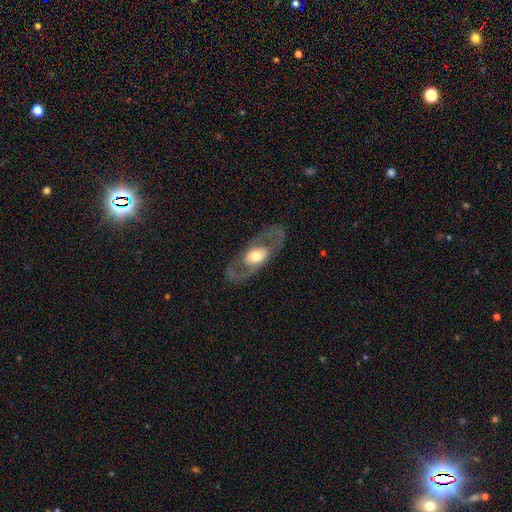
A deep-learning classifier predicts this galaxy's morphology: A featured or disk galaxy (70%) with no bar (71%), no spiral arms (55%) and a moderate central bulge (57%). Merging: none (79%).